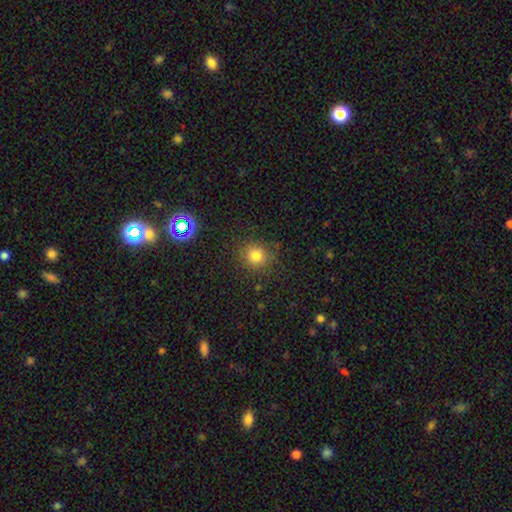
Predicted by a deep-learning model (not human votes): A smooth galaxy with no disk features (79%) that is round (87%).

Vote fractions:
- Smooth or featured? smooth: 79% / star or artifact: 15% / featured or disk: 6%
- How rounded? round: 87% / in between: 12% / cigar-shaped: 1%
- Merging? none: 84% / minor disturbance: 10% / major disturbance: 4% / merger: 2%